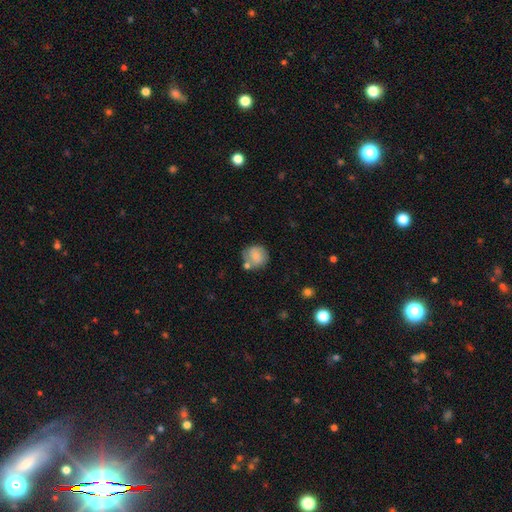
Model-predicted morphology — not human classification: Smooth or featured?
  - smooth: 75% *
  - featured or disk: 17%
  - star or artifact: 8%
How rounded?
  - round: 87% *
  - in between: 12%
  - cigar-shaped: 1%
Merging?
  - none: 60% *
  - merger: 17%
  - minor disturbance: 17%
  - major disturbance: 6%